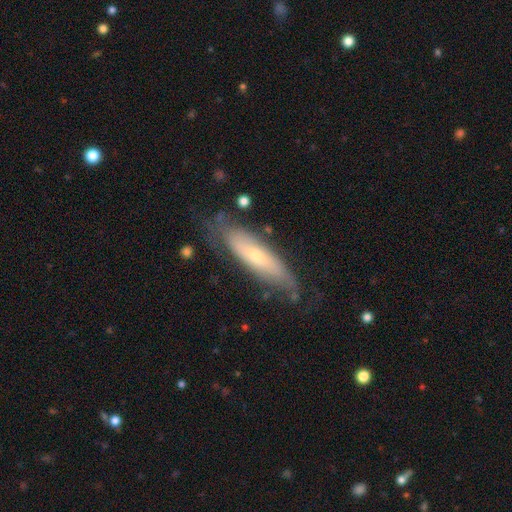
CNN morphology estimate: Smooth or featured? featured or disk (51%)
Edge-on disk? no (56%)
Merging? none (66%)